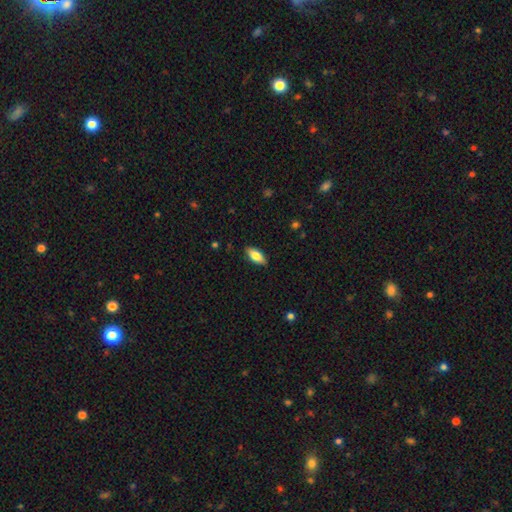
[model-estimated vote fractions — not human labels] smooth 74%, featured or disk 20%, star or artifact 6%. Down the decision tree: how rounded — in between (84%); merging — none (88%).